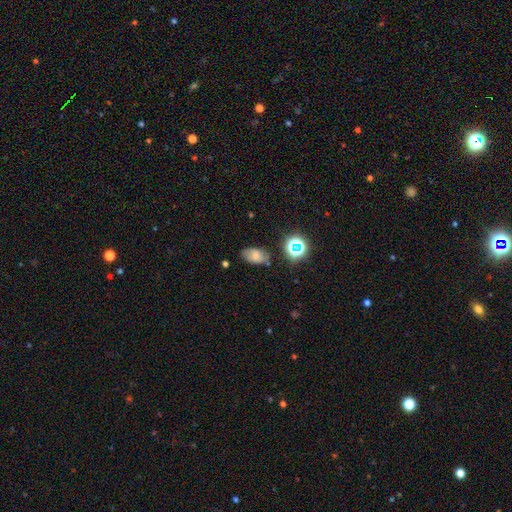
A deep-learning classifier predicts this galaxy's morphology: Smooth or featured? Predicted: smooth (p=0.65). How rounded? Predicted: in between (p=0.88). Merging? Predicted: none (p=0.72).